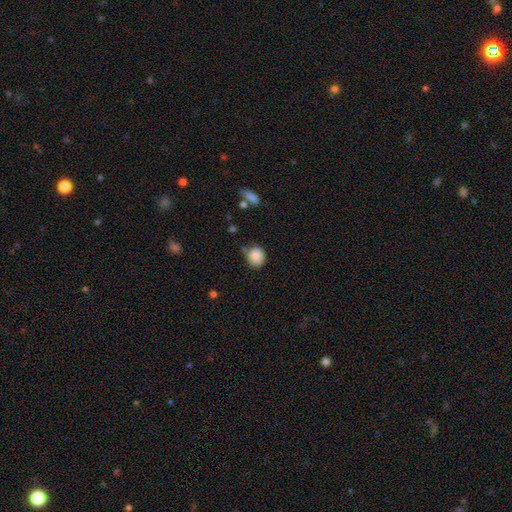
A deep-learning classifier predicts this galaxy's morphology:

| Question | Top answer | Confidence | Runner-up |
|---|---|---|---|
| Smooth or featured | smooth | 85% | star or artifact (9%) |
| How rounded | round | 78% | in between (21%) |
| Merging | none | 66% | minor disturbance (24%) |